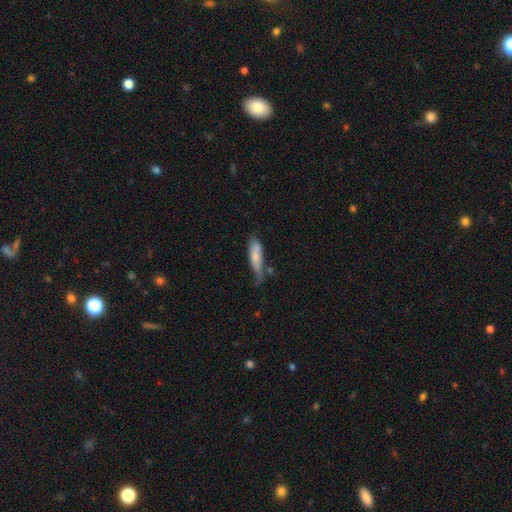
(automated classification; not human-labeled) Smooth or featured?
  - smooth: 73% *
  - featured or disk: 21%
  - star or artifact: 6%
How rounded?
  - cigar-shaped: 59% *
  - in between: 39%
  - round: 2%
Merging?
  - none: 41% *
  - minor disturbance: 37%
  - major disturbance: 14%
  - merger: 9%